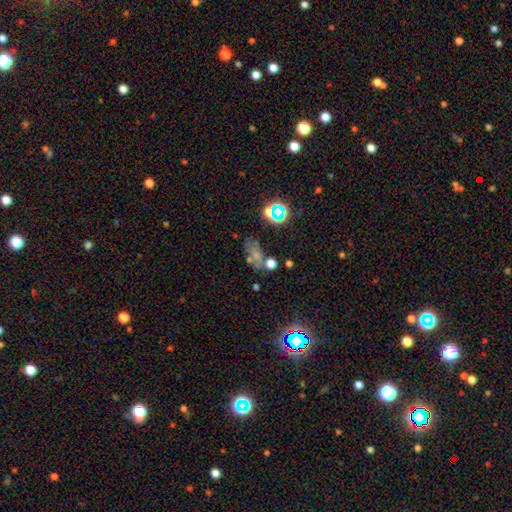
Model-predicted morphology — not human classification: smooth 51%, star or artifact 27%, featured or disk 22%. Down the decision tree: how rounded — in between (74%); merging — none (51%).